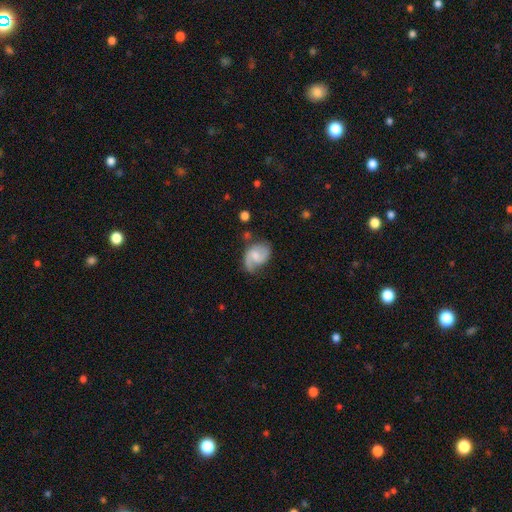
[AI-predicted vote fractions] smooth-or-featured: featured or disk: 66% | smooth: 27% | star or artifact: 7%
  disk-edge-on: no: 97% | yes: 3%
    bar: weak: 46% | no: 45% | strong: 8%
    has-spiral-arms: yes: 91% | no: 9%
      spiral-winding: medium: 44% | loose: 35% | tight: 21%
      spiral-arm-count: 2: 63% | 1: 27% | can't tell: 8% | 3: 1% | 4: 1% | more than 4: 1%
    bulge-size: small: 43% | moderate: 38% | none: 14% | large: 4% | dominant: 1%
  merging: none: 50% | minor disturbance: 30% | major disturbance: 16% | merger: 4%